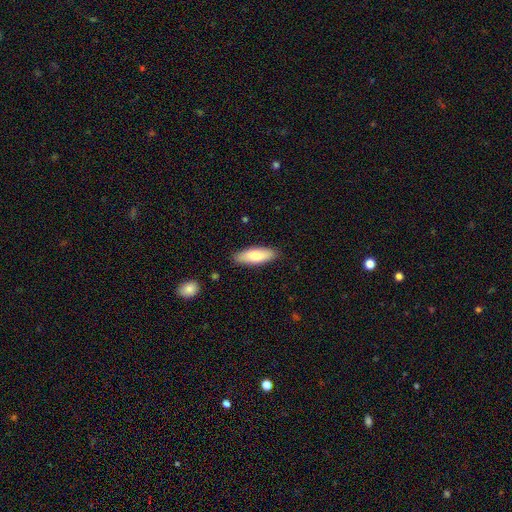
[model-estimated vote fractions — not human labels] Smooth or featured: smooth — 78% (featured or disk — 17%)
How rounded: in between — 60% (cigar-shaped — 38%)
Merging: none — 87% (minor disturbance — 10%)